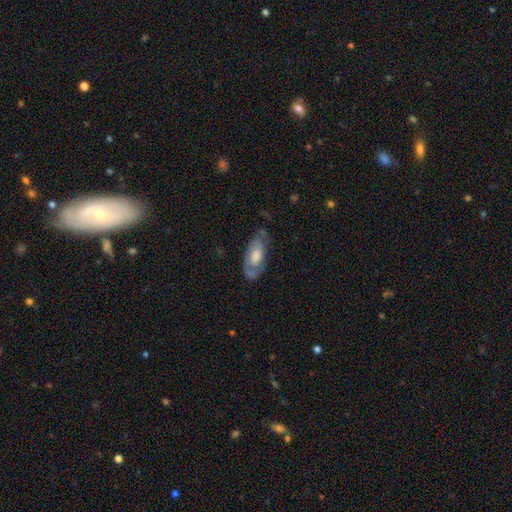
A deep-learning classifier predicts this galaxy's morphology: Smooth or featured? Predicted: featured or disk (p=0.50). Edge-on disk? Predicted: no (p=0.87). Merging? Predicted: none (p=0.54).